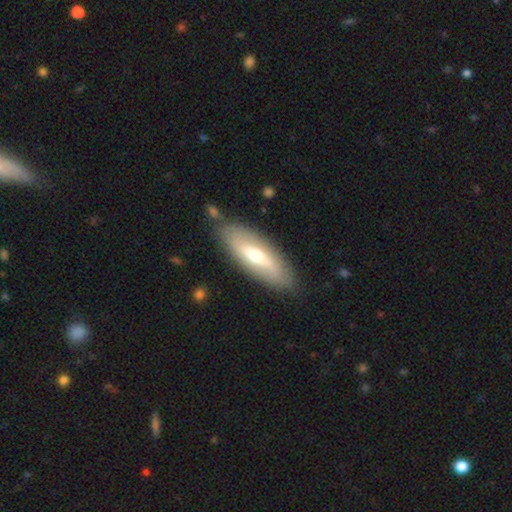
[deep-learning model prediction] The model was most divided on "smooth or featured": featured or disk: 48%, smooth: 47%, star or artifact: 6%. More confident: merging — none (83%).